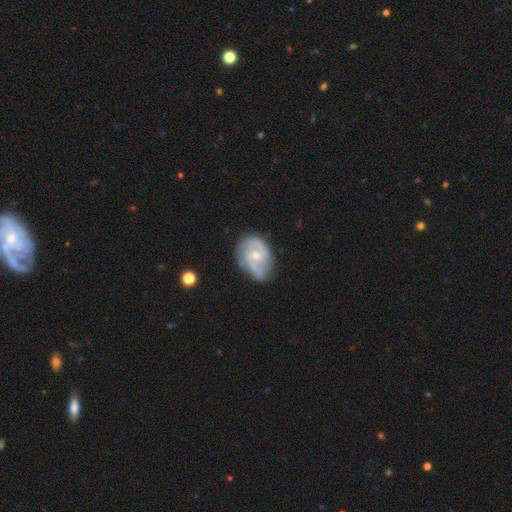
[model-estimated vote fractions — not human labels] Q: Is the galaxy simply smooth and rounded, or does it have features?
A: featured or disk — 79%.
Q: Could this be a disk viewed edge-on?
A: no — 97%.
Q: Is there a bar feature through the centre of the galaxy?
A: no — 57%.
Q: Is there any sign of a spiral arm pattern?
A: yes — 92%.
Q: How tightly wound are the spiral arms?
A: medium — 46%.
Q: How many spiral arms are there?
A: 2 — 66%.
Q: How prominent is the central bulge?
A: small — 53%.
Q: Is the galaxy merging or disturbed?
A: none — 63%.